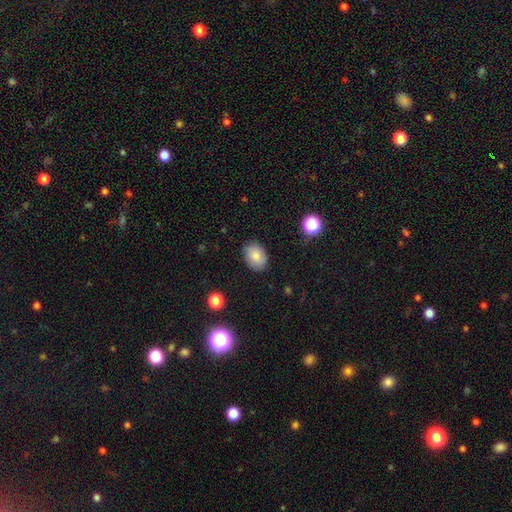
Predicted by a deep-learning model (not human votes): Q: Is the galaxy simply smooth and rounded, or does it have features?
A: smooth — 82%.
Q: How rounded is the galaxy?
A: in between — 75%.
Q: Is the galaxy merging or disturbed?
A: none — 84%.